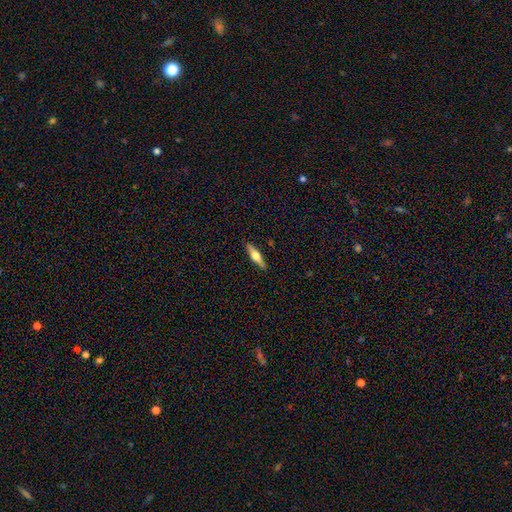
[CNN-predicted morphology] smooth-or-featured: featured or disk: 55% | smooth: 39% | star or artifact: 6%
  disk-edge-on: yes: 96% | no: 4%
    edge-on-bulge: rounded: 92% | boxy: 6% | none: 3%
  merging: none: 90% | minor disturbance: 7% | major disturbance: 2% | merger: 1%